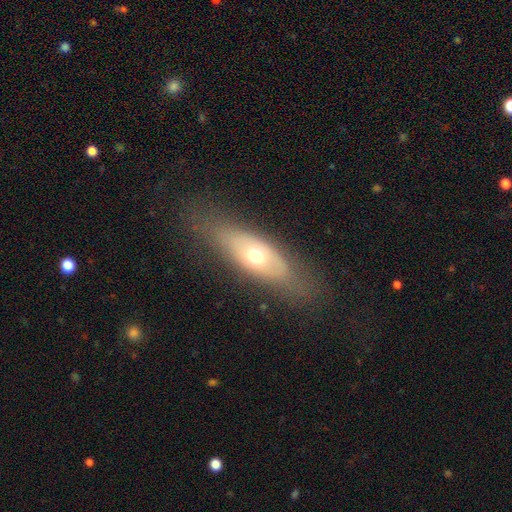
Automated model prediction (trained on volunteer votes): The model was most divided on "smooth or featured": smooth: 48%, featured or disk: 44%, star or artifact: 8%. More confident: merging — none (72%).